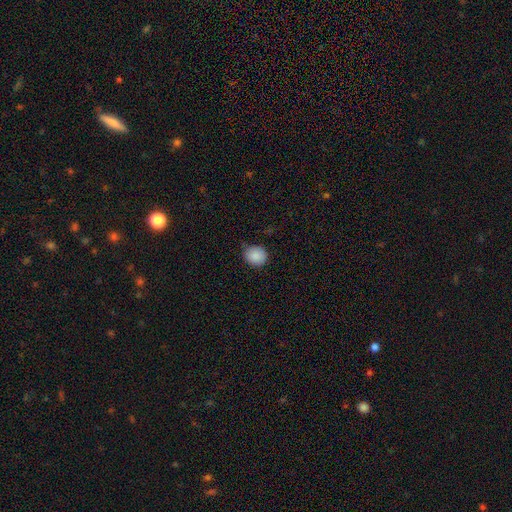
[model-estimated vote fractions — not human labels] A smooth galaxy with no disk features (87%) that is round (79%). Merging: none (68%).